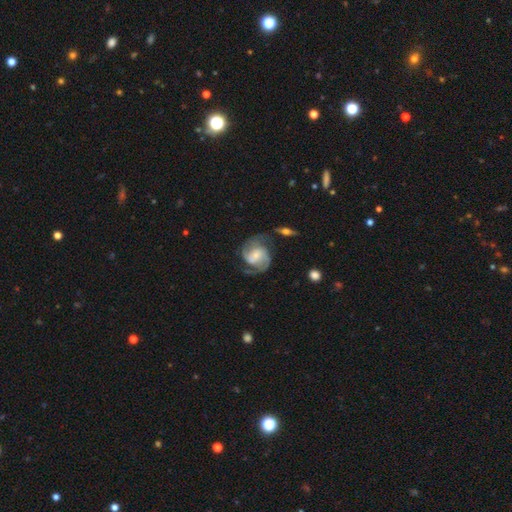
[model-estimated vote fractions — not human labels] featured or disk 87%, smooth 8%, star or artifact 5%. Down the decision tree: edge-on disk — no (98%); bar — no (48%); spiral arms — yes (97%); spiral arm count — 2 (84%); spiral winding — medium (51%); bulge size — small (56%); merging — none (66%).